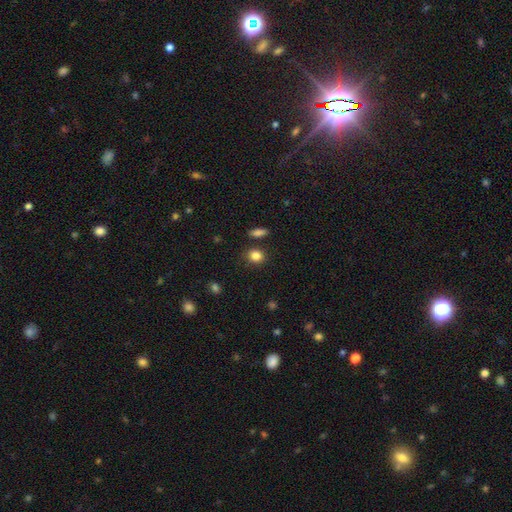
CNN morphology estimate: Overall: smooth (85%). How rounded: round (64%; in between 35%). Merging: none (81%).